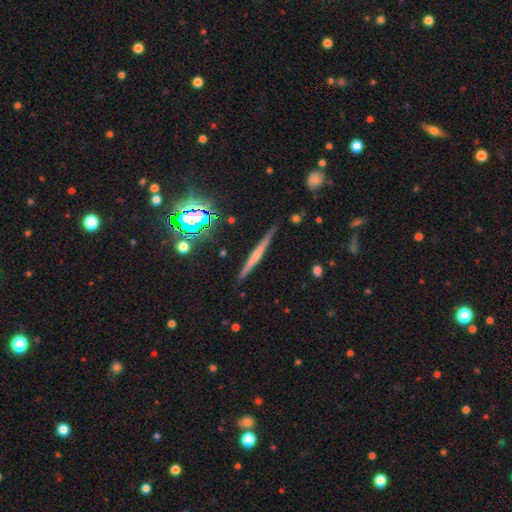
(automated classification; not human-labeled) featured or disk 55%, smooth 33%, star or artifact 12%. Down the decision tree: edge-on disk — yes (96%); edge-on bulge — none (51%); merging — none (86%).